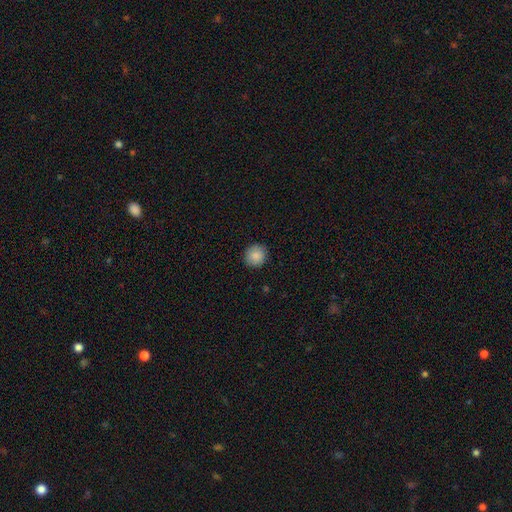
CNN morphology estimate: A smooth galaxy with no disk features (87%) that is round (92%).

Vote fractions:
- Smooth or featured? smooth: 87% / star or artifact: 8% / featured or disk: 5%
- How rounded? round: 92% / in between: 8% / cigar-shaped: 1%
- Merging? none: 90% / minor disturbance: 7% / major disturbance: 2% / merger: 1%